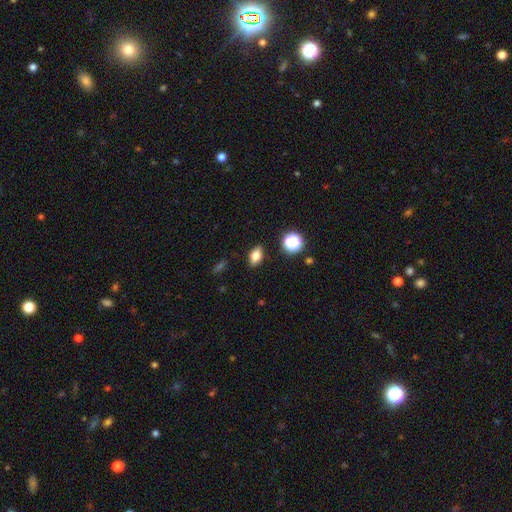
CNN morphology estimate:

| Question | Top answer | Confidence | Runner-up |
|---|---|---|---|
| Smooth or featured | smooth | 73% | featured or disk (14%) |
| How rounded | in between | 79% | round (15%) |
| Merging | none | 87% | minor disturbance (9%) |